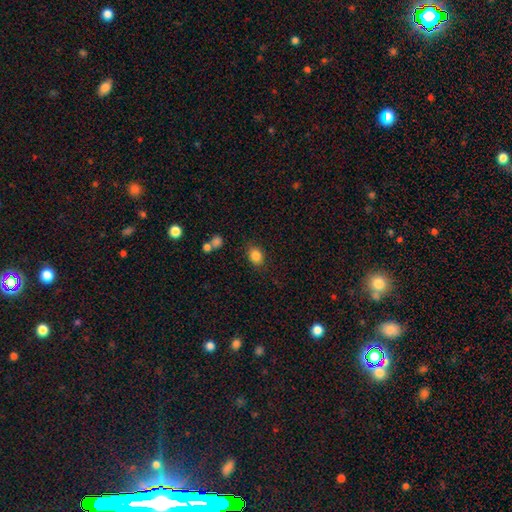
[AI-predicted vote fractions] This appears to be a smooth galaxy with no disk features (84%) that is in between round and cigar-shaped (50%). Merging: none (82%).